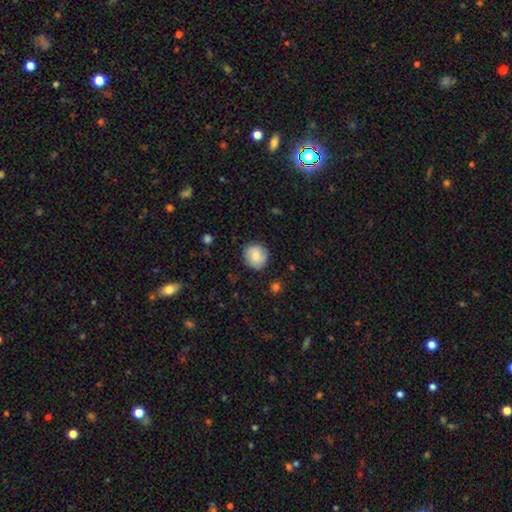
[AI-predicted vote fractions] Smooth or featured?
  - smooth: 79% *
  - featured or disk: 14%
  - star or artifact: 7%
How rounded?
  - round: 89% *
  - in between: 10%
  - cigar-shaped: 1%
Merging?
  - none: 86% *
  - minor disturbance: 10%
  - major disturbance: 3%
  - merger: 1%